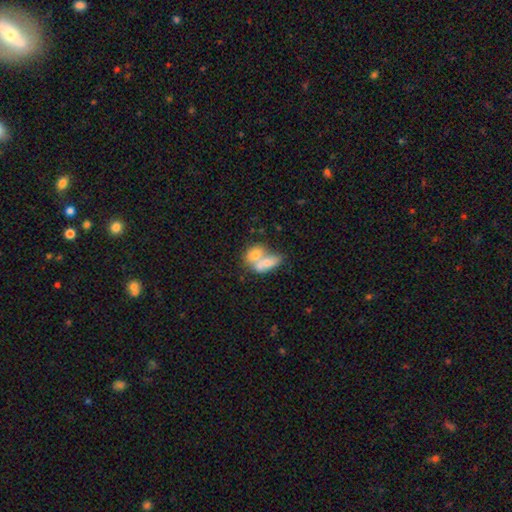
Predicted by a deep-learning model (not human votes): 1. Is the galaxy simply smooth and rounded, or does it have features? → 65% smooth, 27% featured or disk, 8% star or artifact.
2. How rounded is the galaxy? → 75% in between, 20% round, 4% cigar-shaped.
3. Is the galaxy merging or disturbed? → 74% merger, 16% none, 6% minor disturbance, 4% major disturbance.